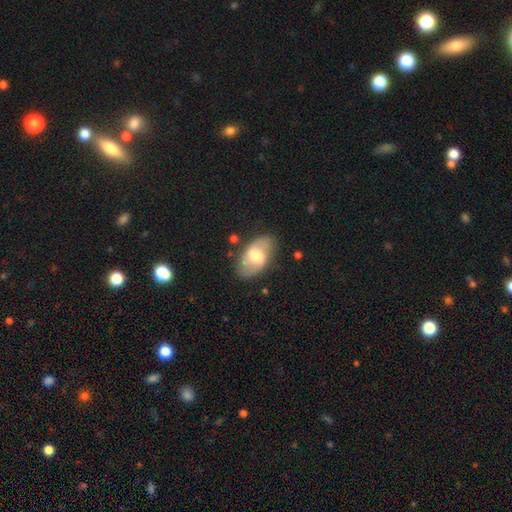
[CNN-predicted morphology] The model was most divided on "smooth or featured": featured or disk: 56%, smooth: 38%, star or artifact: 6%. Remaining: edge-on disk — no (94%); merging — none (75%); spiral arms — yes (73%); bar — weak (50%); bulge size — moderate (49%).